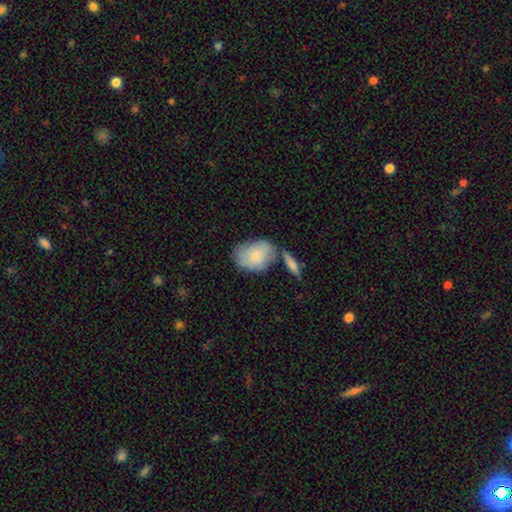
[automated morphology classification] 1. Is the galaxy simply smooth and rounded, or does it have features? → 75% smooth, 19% featured or disk, 6% star or artifact.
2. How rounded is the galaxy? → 78% in between, 20% round, 2% cigar-shaped.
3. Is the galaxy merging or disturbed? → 50% none, 23% merger, 20% minor disturbance, 7% major disturbance.